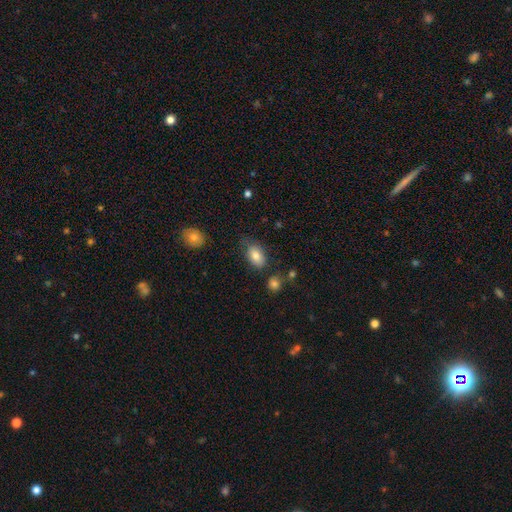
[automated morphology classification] This appears to be a smooth galaxy with no disk features (83%) that is in between round and cigar-shaped (90%). Merging: none (63%).